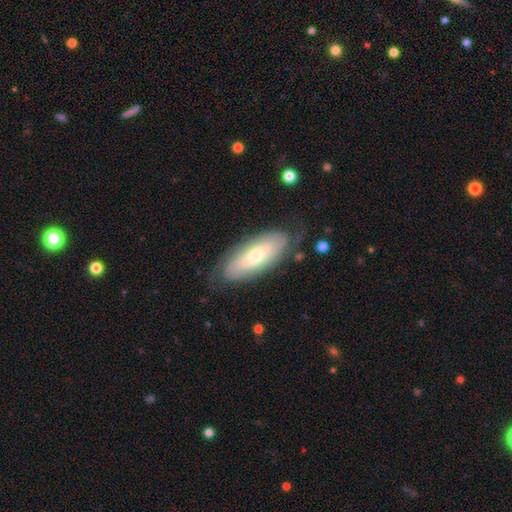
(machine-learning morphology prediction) A featured or disk galaxy (49%). Merging: none (72%).